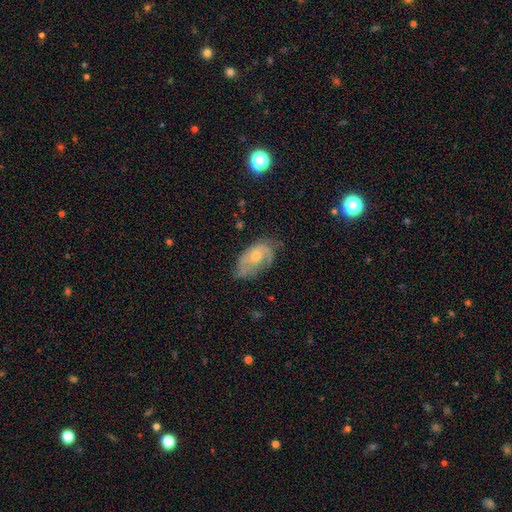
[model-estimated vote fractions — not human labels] Overall: featured or disk (64%; smooth 27%). Edge-on disk: no (94%). Bar: no (72%). Spiral arms: yes (78%). Bulge size: moderate (50%; small 44%). Merging: none (59%; minor disturbance 27%).